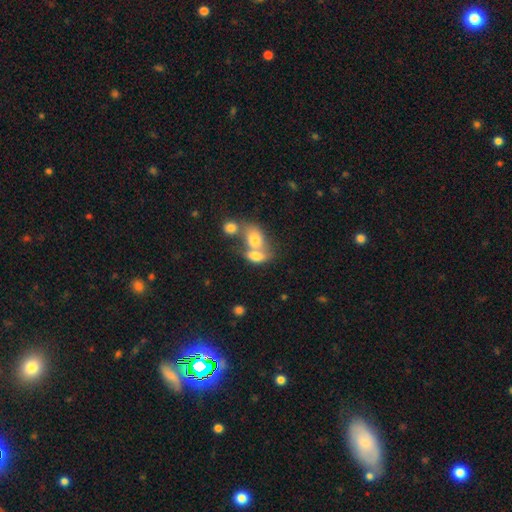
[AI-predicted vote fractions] Smooth or featured?
  - smooth: 73% *
  - featured or disk: 18%
  - star or artifact: 9%
How rounded?
  - in between: 81% *
  - round: 15%
  - cigar-shaped: 4%
Merging?
  - merger: 65% *
  - none: 22%
  - minor disturbance: 8%
  - major disturbance: 5%